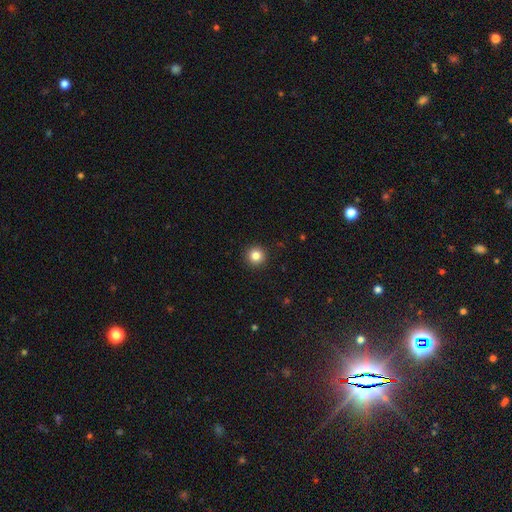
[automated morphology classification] Smooth or featured? smooth (84%)
How rounded? round (95%)
Merging? none (93%)